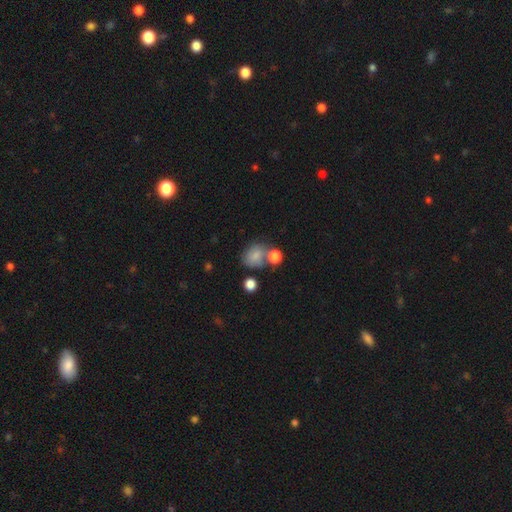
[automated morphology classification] A smooth galaxy with no disk features (79%) that is round (55%). Merging: none (49%).